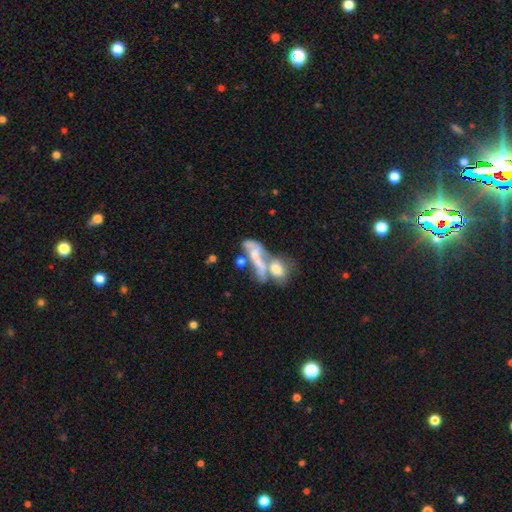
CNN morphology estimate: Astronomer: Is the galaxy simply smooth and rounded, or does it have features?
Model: smooth — 45% (runner-up: featured or disk, 44%).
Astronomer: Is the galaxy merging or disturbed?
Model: merger — 61%.